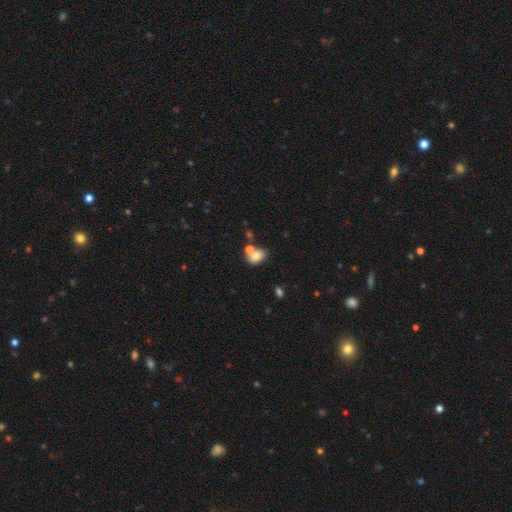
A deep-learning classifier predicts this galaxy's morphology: A smooth galaxy with no disk features (73%) that is in between round and cigar-shaped (71%).

Vote fractions:
- Smooth or featured? smooth: 73% / featured or disk: 16% / star or artifact: 11%
- How rounded? in between: 71% / round: 27% / cigar-shaped: 1%
- Merging? merger: 43% / none: 38% / minor disturbance: 13% / major disturbance: 6%